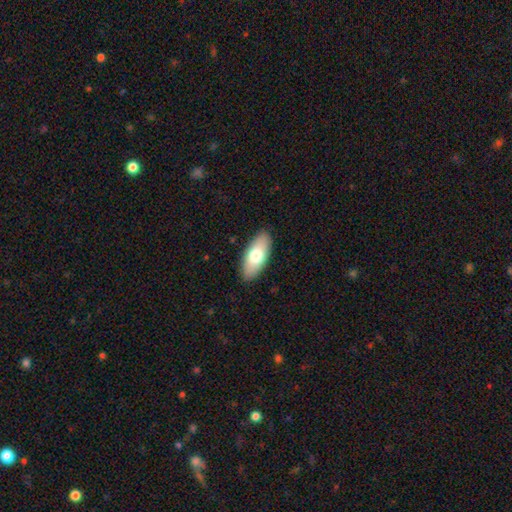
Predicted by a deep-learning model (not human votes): Smooth or featured?
  - smooth: 74% *
  - featured or disk: 21%
  - star or artifact: 6%
How rounded?
  - in between: 85% *
  - cigar-shaped: 12%
  - round: 2%
Merging?
  - none: 89% *
  - minor disturbance: 8%
  - major disturbance: 2%
  - merger: 1%